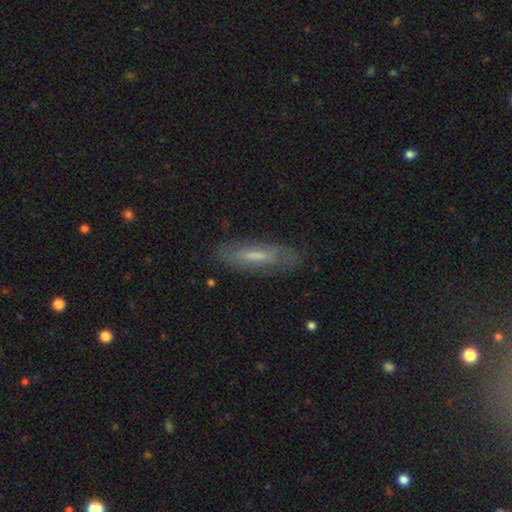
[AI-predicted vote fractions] smooth 52%, featured or disk 40%, star or artifact 7%. Down the decision tree: how rounded — cigar-shaped (70%); merging — none (79%).